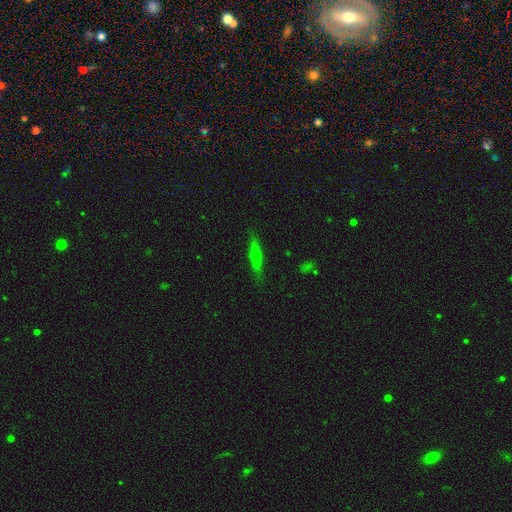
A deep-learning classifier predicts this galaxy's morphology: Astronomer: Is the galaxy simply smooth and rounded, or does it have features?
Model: featured or disk — 59%.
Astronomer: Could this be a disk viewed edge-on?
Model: yes — 95%.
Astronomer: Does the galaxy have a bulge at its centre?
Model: rounded — 90%.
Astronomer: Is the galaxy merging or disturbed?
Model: none — 88%.